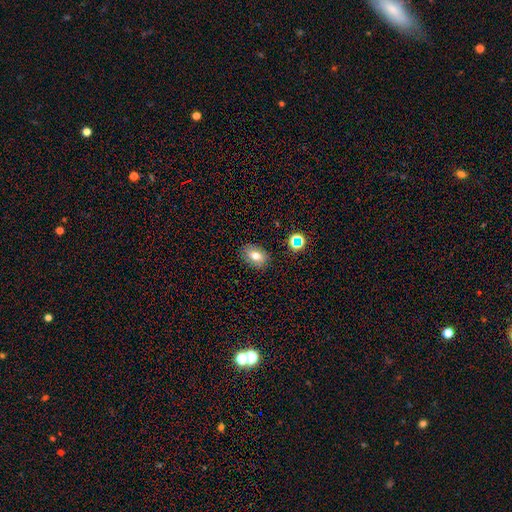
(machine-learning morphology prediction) Smooth or featured? smooth (73%)
How rounded? in between (77%)
Merging? none (85%)